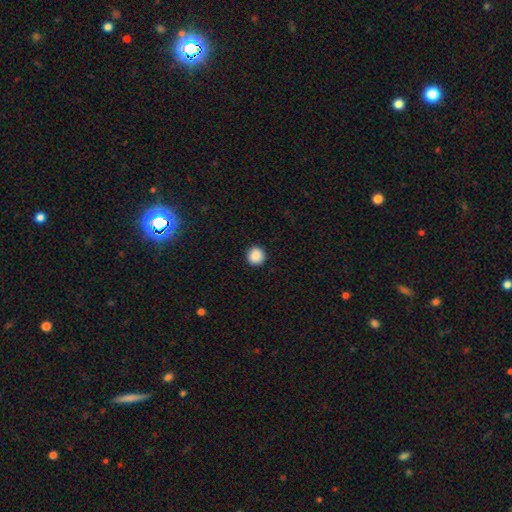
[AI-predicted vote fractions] A smooth galaxy with no disk features (88%) that is round (94%).

Vote fractions:
- Smooth or featured? smooth: 88% / star or artifact: 9% / featured or disk: 3%
- How rounded? round: 94% / in between: 5% / cigar-shaped: 1%
- Merging? none: 92% / minor disturbance: 5% / major disturbance: 2% / merger: 1%